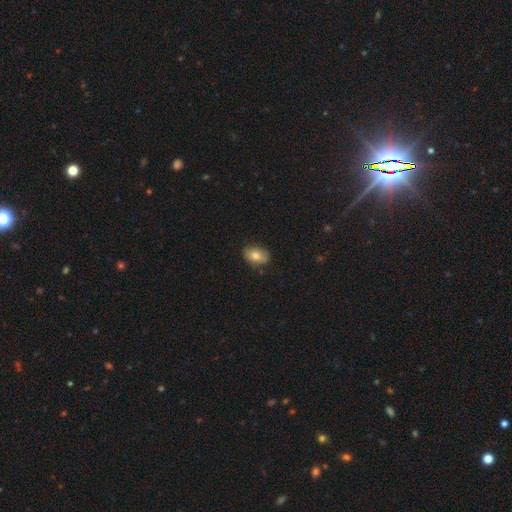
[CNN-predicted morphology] Smooth or featured? smooth (75%)
How rounded? in between (79%)
Merging? none (78%)